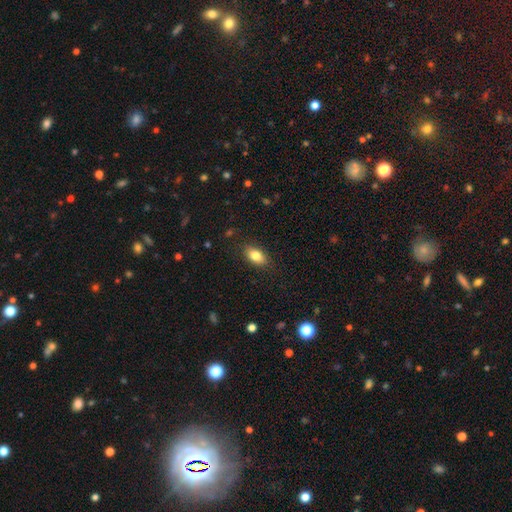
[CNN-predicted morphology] smooth-or-featured: smooth: 82% | featured or disk: 10% | star or artifact: 8%
  how-rounded: in between: 88% | round: 8% | cigar-shaped: 4%
  merging: none: 86% | minor disturbance: 11% | major disturbance: 3% | merger: 1%